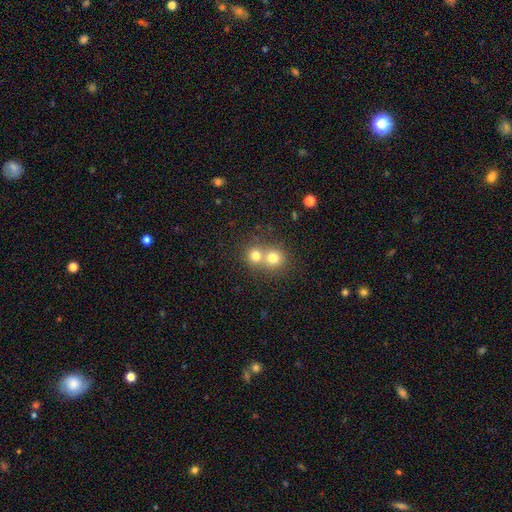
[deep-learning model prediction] Morphology: type=smooth (75%); roundness=round (85%); merging=merger (57%).